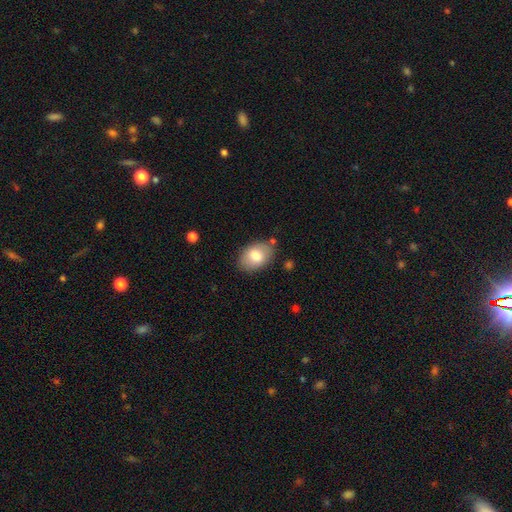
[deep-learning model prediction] Smooth or featured? smooth (78%)
How rounded? in between (86%)
Merging? none (81%)